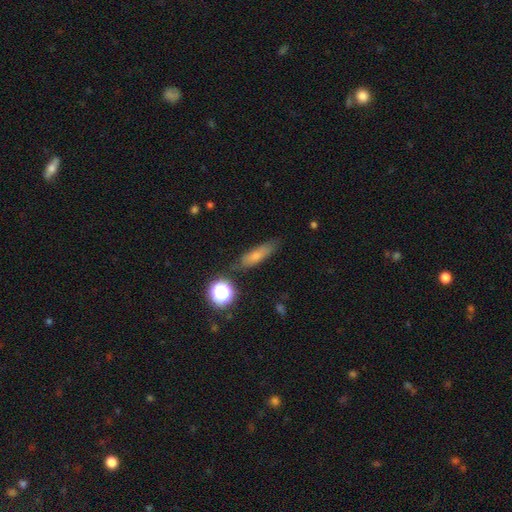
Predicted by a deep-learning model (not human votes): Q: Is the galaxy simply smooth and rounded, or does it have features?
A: smooth — 71%.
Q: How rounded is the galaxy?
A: cigar-shaped — 56%.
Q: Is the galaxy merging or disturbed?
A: none — 74%.